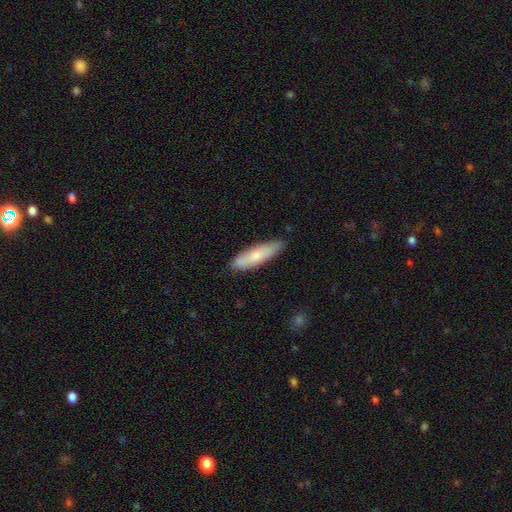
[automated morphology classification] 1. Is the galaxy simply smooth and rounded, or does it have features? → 69% smooth, 25% featured or disk, 6% star or artifact.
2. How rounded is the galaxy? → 69% cigar-shaped, 29% in between, 2% round.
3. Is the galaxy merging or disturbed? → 80% none, 16% minor disturbance, 2% major disturbance, 2% merger.